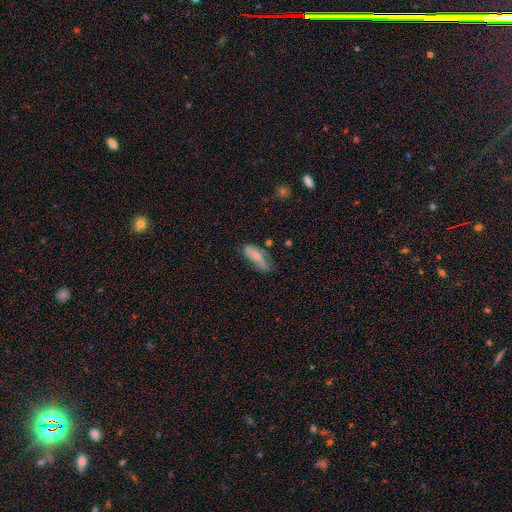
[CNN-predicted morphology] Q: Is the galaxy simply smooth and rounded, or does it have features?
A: smooth — 63%.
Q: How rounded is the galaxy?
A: in between — 66%.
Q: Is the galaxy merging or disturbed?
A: none — 50%.